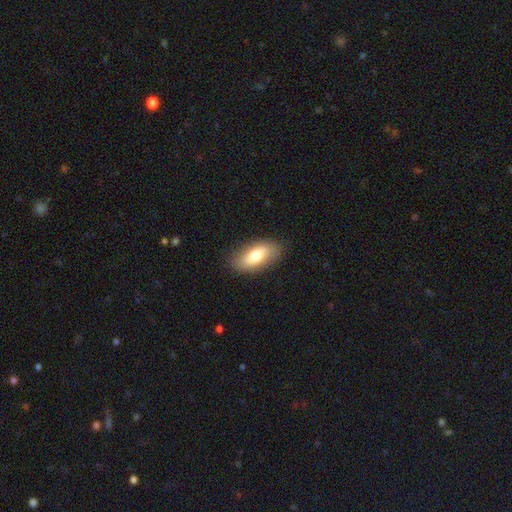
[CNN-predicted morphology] smooth 70%, featured or disk 24%, star or artifact 6%. Down the decision tree: how rounded — in between (88%); merging — none (85%).